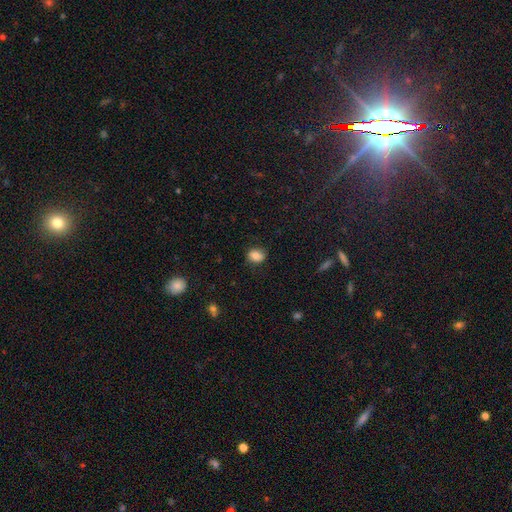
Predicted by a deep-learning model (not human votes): Overall: smooth (85%). How rounded: in between (55%; round 43%). Merging: none (81%).